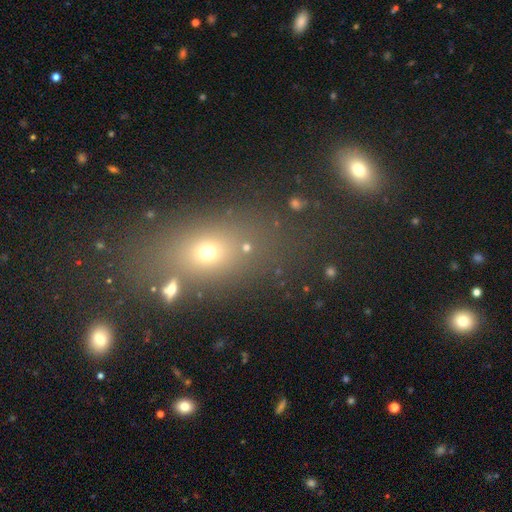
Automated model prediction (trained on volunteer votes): Smooth or featured? Predicted: smooth (p=0.53). How rounded? Predicted: in between (p=0.60). Merging? Predicted: none (p=0.74).